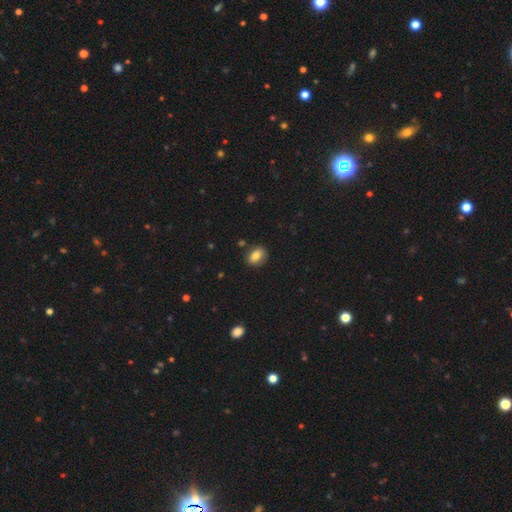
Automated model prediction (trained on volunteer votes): Smooth or featured?
  - smooth: 80% *
  - featured or disk: 11%
  - star or artifact: 9%
How rounded?
  - in between: 66% *
  - round: 33%
  - cigar-shaped: 1%
Merging?
  - none: 85% *
  - minor disturbance: 10%
  - merger: 3%
  - major disturbance: 2%